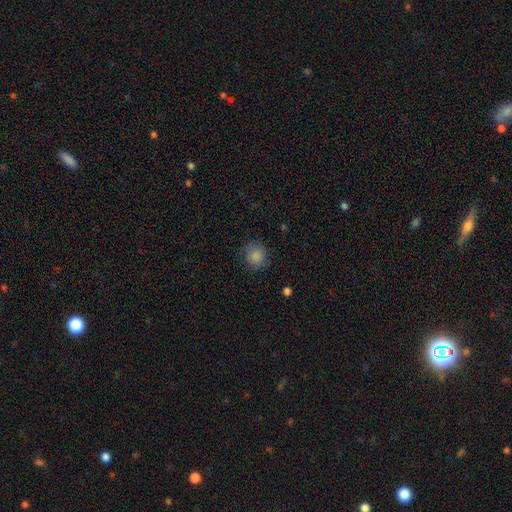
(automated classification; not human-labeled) This appears to be a smooth galaxy with no disk features (86%) that is round (88%). Merging: none (85%).